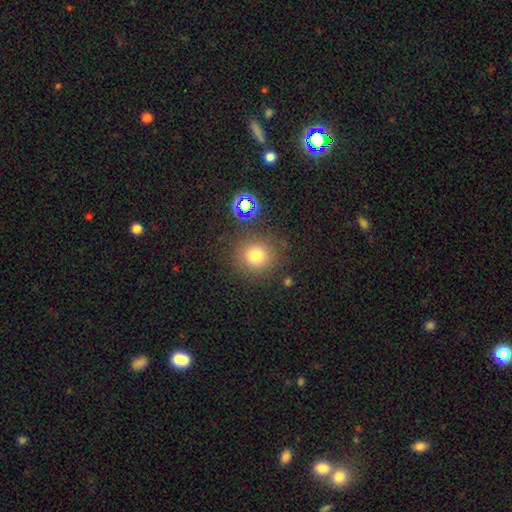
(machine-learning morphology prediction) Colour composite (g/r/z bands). It shows a smooth galaxy with no disk features (75%) that is round (92%). Merging: none (84%).